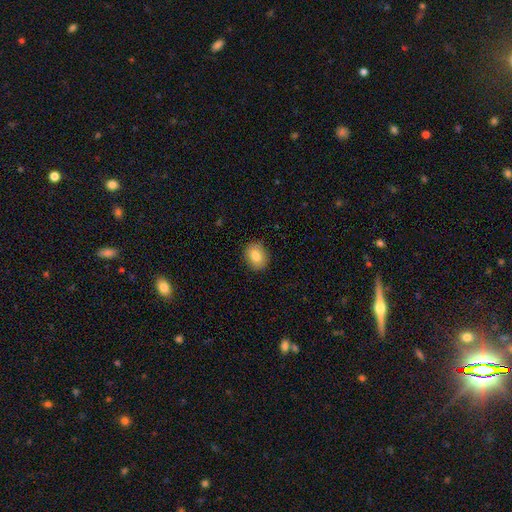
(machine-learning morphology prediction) This is clearly a smooth galaxy (83%). How rounded: possibly in between (54%). Merging: clearly none (87%).